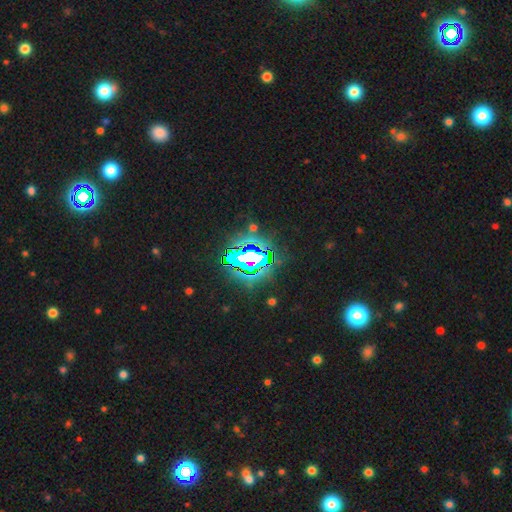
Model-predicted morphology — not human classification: type=star or artifact (76%).